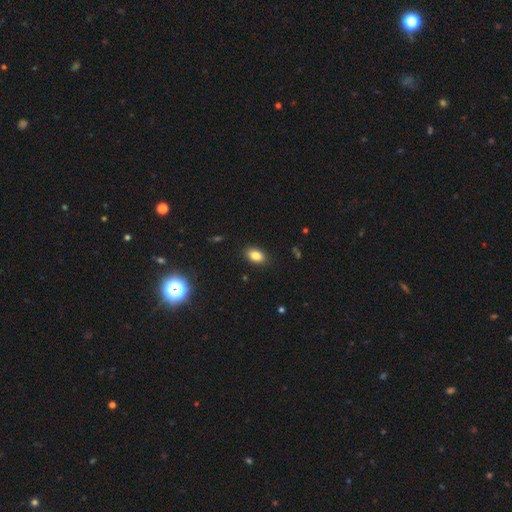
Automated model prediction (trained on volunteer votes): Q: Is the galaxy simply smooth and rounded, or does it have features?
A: smooth — 83%.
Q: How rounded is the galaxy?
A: in between — 88%.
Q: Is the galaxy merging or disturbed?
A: none — 88%.